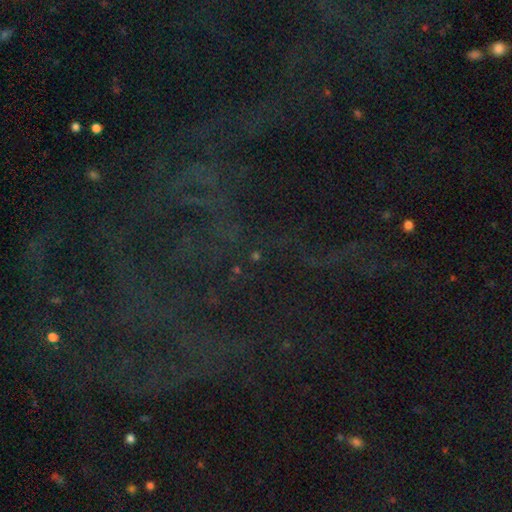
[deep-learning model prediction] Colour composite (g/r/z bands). It shows a star or artifact, not a galaxy (73%).